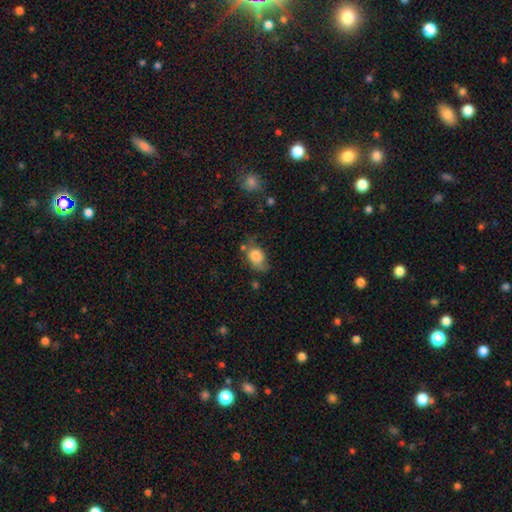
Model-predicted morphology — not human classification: This is likely a smooth galaxy (79%). How rounded: likely in between (78%). Merging: marginally none (43%).